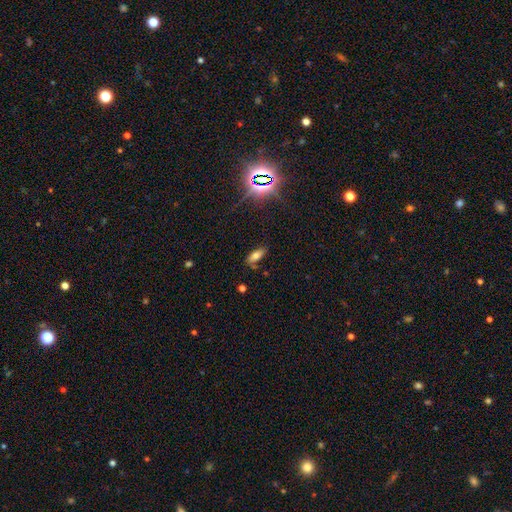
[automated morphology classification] smooth-or-featured: smooth: 66% | star or artifact: 18% | featured or disk: 17%
  how-rounded: in between: 80% | cigar-shaped: 17% | round: 3%
  merging: none: 69% | minor disturbance: 19% | major disturbance: 6% | merger: 6%